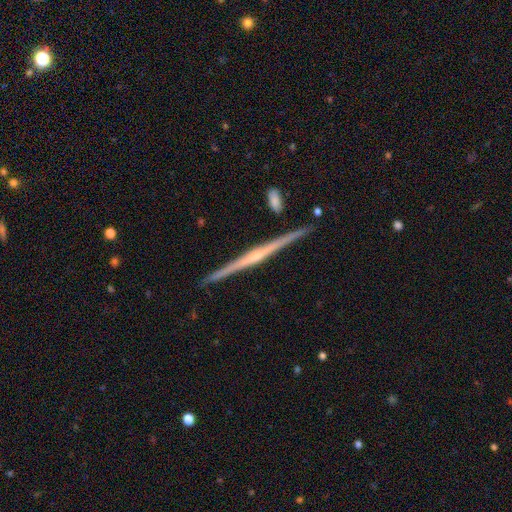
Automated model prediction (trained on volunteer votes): A featured or disk galaxy (83%) viewed edge-on (98%) with a rounded central bulge (59%).

Vote fractions:
- Smooth or featured? featured or disk: 83% / smooth: 12% / star or artifact: 5%
- Edge-on disk? yes: 98% / no: 2%
- Edge-on bulge? rounded: 59% / none: 30% / boxy: 11%
- Merging? none: 90% / minor disturbance: 6% / merger: 2% / major disturbance: 1%